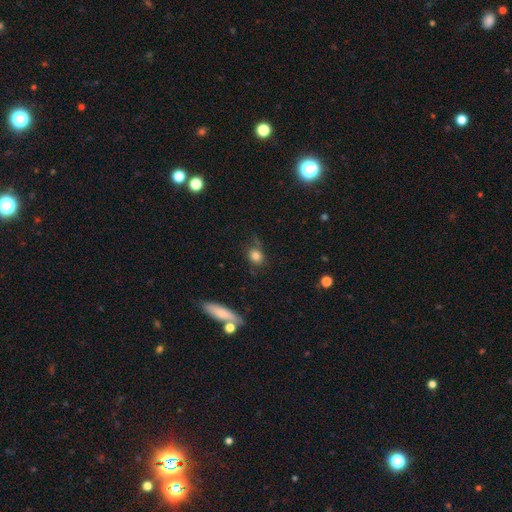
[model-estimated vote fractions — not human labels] Overall: smooth (82%). How rounded: round (63%; in between 35%). Merging: none (66%).